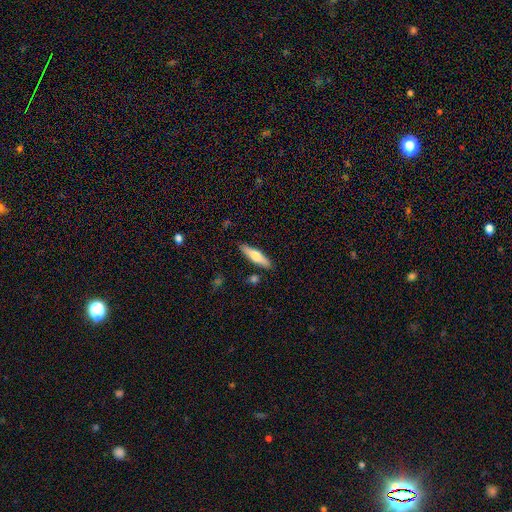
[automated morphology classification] smooth_or_featured: smooth (p=0.61) [alt: featured or disk p=0.34]
how_rounded: cigar-shaped (p=0.68) [alt: in between p=0.30]
merging: none (p=0.86) [alt: minor disturbance p=0.09]